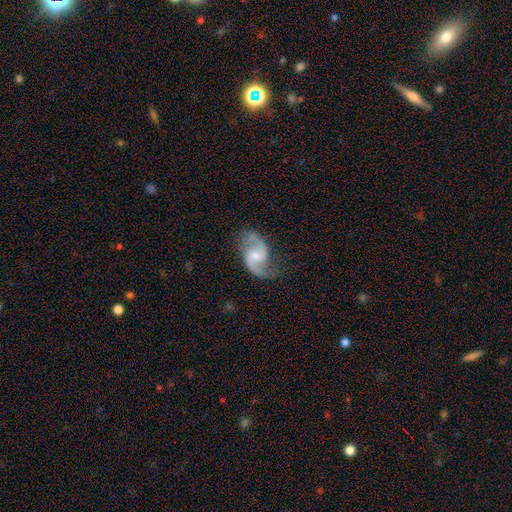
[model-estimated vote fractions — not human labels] featured or disk 90%, smooth 6%, star or artifact 5%. Down the decision tree: edge-on disk — no (98%); bar — weak (53%); spiral arms — yes (97%); spiral arm count — 2 (94%); spiral winding — loose (51%); bulge size — small (45%); merging — none (77%).